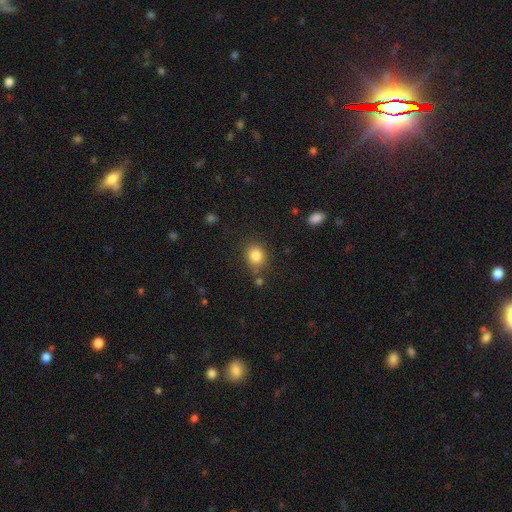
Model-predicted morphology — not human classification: Smooth or featured: smooth — 84% (star or artifact — 10%)
How rounded: round — 65% (in between — 34%)
Merging: none — 76% (minor disturbance — 14%)